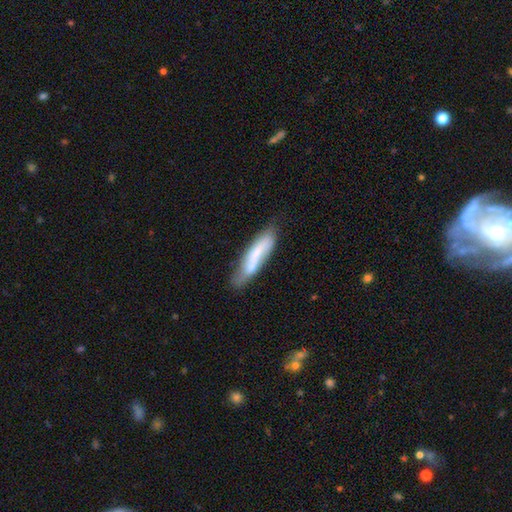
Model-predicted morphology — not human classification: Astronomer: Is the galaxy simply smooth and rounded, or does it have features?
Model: smooth — 55% (runner-up: featured or disk, 38%).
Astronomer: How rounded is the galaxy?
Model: cigar-shaped — 71%.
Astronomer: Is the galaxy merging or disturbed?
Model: none — 57%.